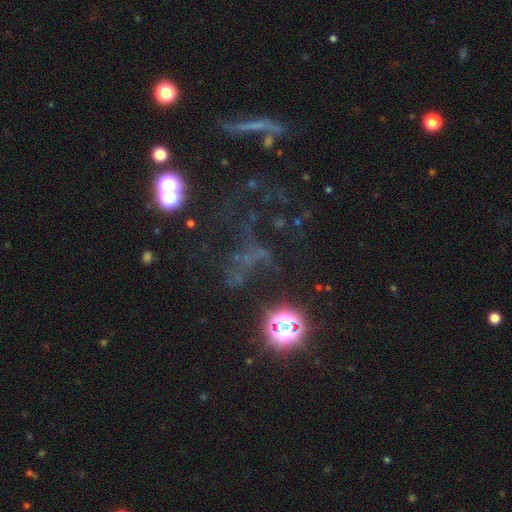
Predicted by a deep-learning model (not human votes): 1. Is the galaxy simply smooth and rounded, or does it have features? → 52% star or artifact, 26% featured or disk, 22% smooth.